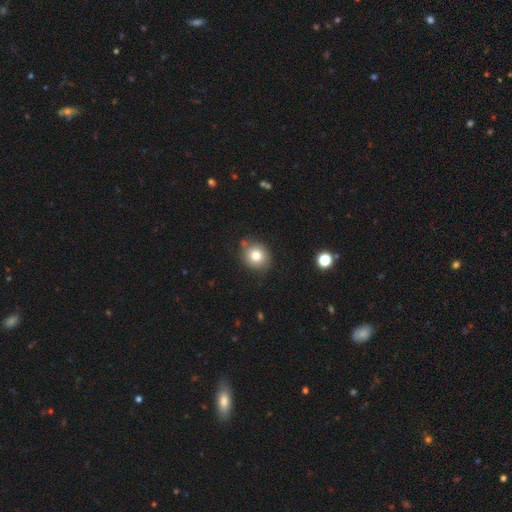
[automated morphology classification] Smooth or featured: smooth — 79% (star or artifact — 11%)
How rounded: round — 79% (in between — 20%)
Merging: none — 78% (minor disturbance — 14%)